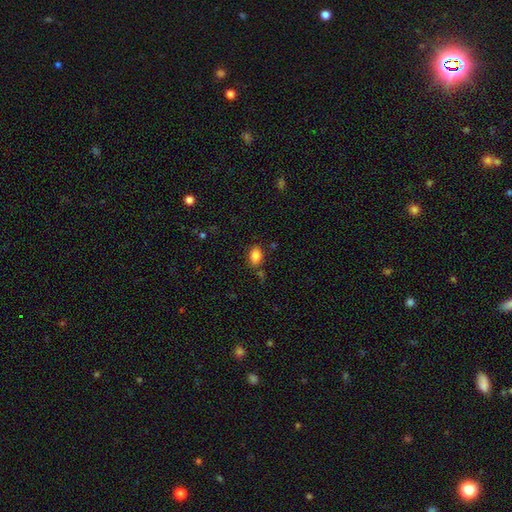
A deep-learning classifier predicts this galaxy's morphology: A smooth galaxy with no disk features (85%) that is in between round and cigar-shaped (82%).

Vote fractions:
- Smooth or featured? smooth: 85% / star or artifact: 9% / featured or disk: 6%
- How rounded? in between: 82% / round: 16% / cigar-shaped: 2%
- Merging? none: 76% / minor disturbance: 14% / merger: 6% / major disturbance: 3%